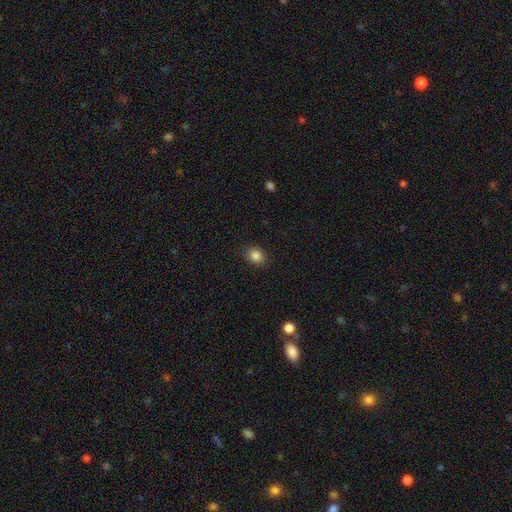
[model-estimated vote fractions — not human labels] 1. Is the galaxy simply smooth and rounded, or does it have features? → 86% smooth, 10% star or artifact, 4% featured or disk.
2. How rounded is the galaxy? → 55% round, 44% in between, 1% cigar-shaped.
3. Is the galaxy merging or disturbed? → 88% none, 8% minor disturbance, 2% major disturbance, 1% merger.